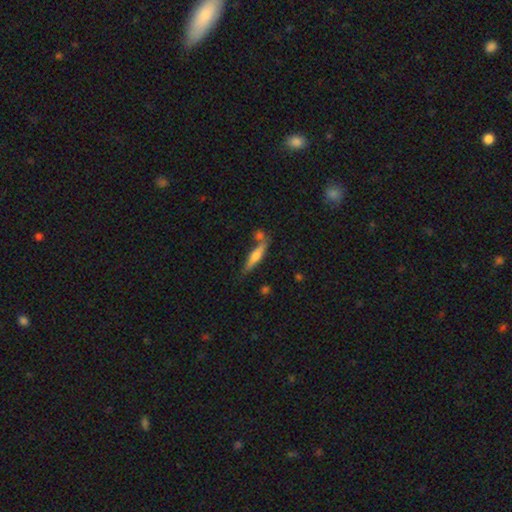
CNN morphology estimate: Overall: smooth (50%; featured or disk 44%). Merging: none (70%).